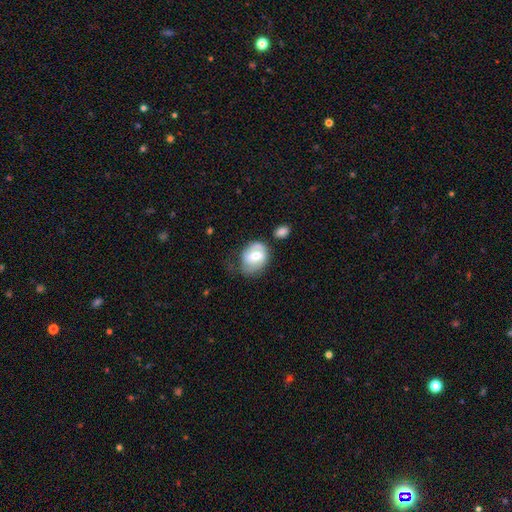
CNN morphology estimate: Smooth or featured?
  - featured or disk: 49% *
  - smooth: 44%
  - star or artifact: 7%
Merging?
  - none: 48% *
  - minor disturbance: 31%
  - major disturbance: 15%
  - merger: 7%